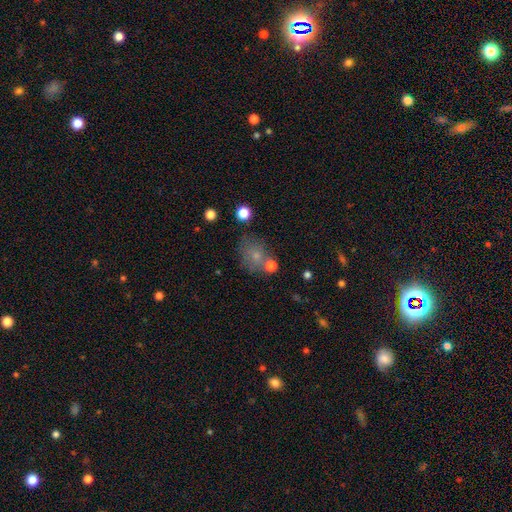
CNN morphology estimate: Overall: smooth (68%). How rounded: in between (50%; round 49%). Merging: none (58%).